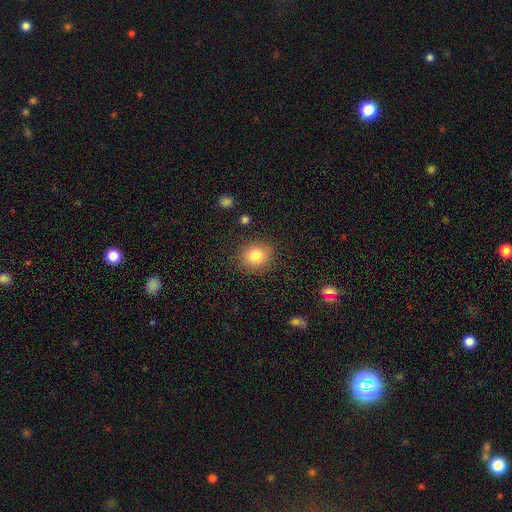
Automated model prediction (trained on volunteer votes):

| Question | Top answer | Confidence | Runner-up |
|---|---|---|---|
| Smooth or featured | smooth | 82% | star or artifact (10%) |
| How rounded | round | 79% | in between (20%) |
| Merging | none | 86% | minor disturbance (9%) |